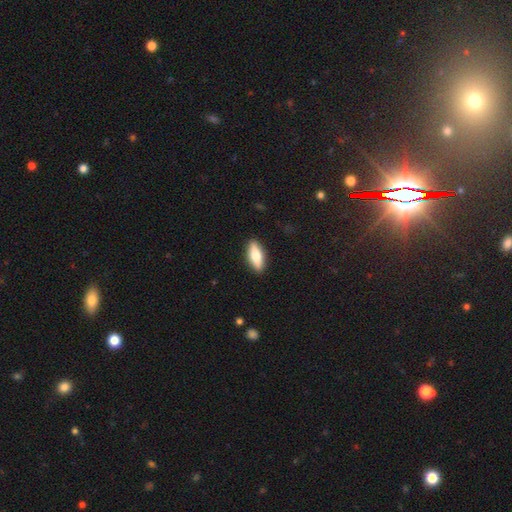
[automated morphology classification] Overall: smooth (65%; featured or disk 30%). How rounded: in between (65%; cigar-shaped 32%). Merging: none (90%).